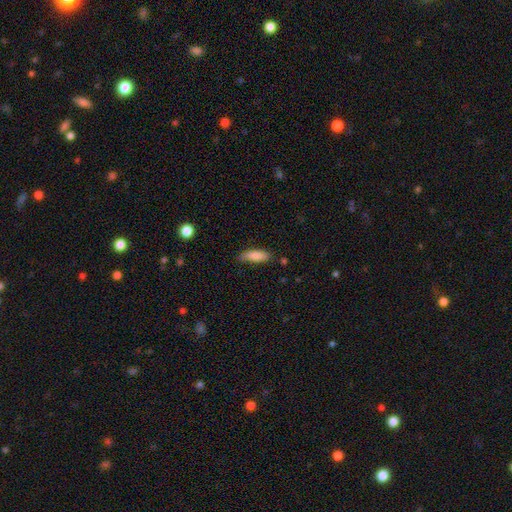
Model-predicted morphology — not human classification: Overall: smooth (84%). How rounded: in between (58%; cigar-shaped 40%). Merging: none (74%).